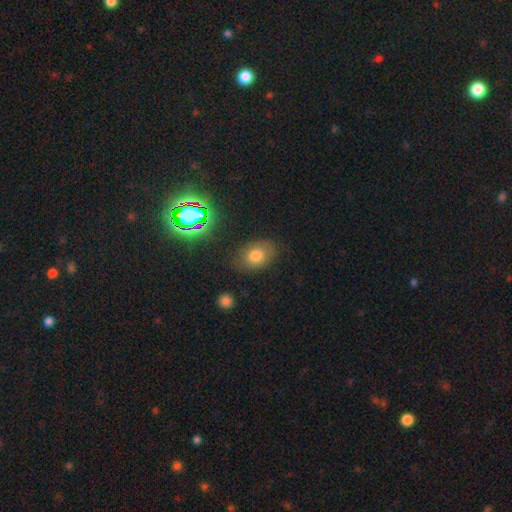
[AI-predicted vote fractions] smooth_or_featured: smooth (p=0.73) [alt: star or artifact p=0.15]
how_rounded: in between (p=0.75) [alt: round p=0.24]
merging: none (p=0.79) [alt: minor disturbance p=0.15]